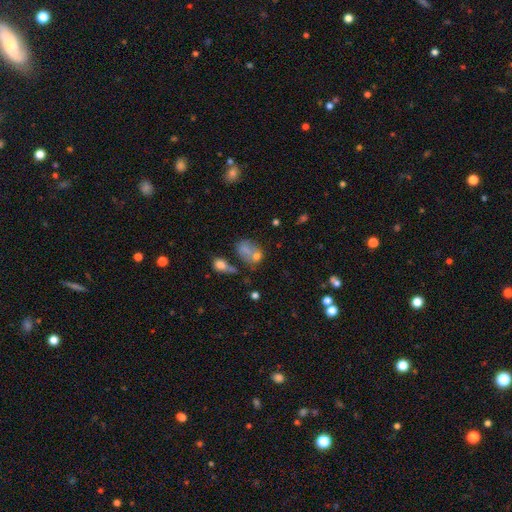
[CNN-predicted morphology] A smooth galaxy with no disk features (65%) that is in between round and cigar-shaped (66%). Merging: merger (40%).